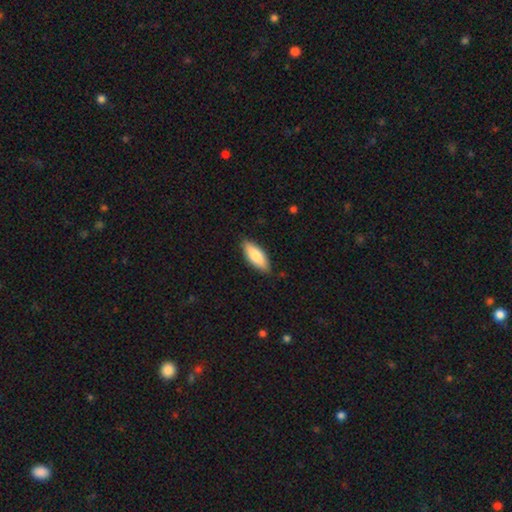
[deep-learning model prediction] smooth 79%, featured or disk 15%, star or artifact 5%. Down the decision tree: how rounded — in between (73%); merging — none (85%).